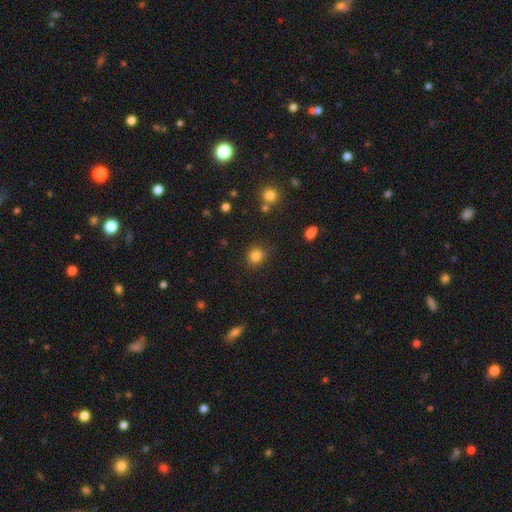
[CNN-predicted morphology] A smooth galaxy with no disk features (83%) that is round (81%). Merging: none (80%).